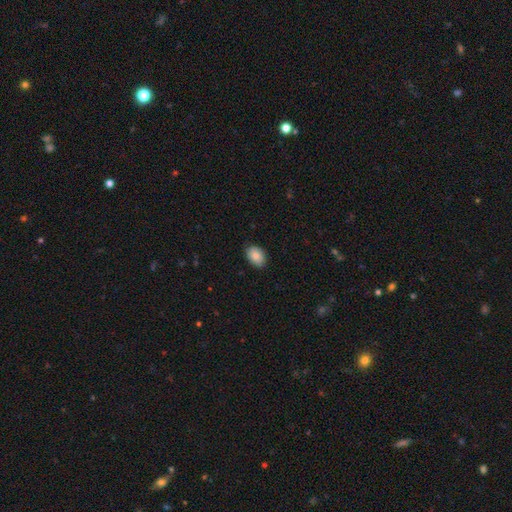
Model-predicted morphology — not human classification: This is clearly a smooth galaxy (86%). How rounded: clearly in between (84%). Merging: clearly none (86%).